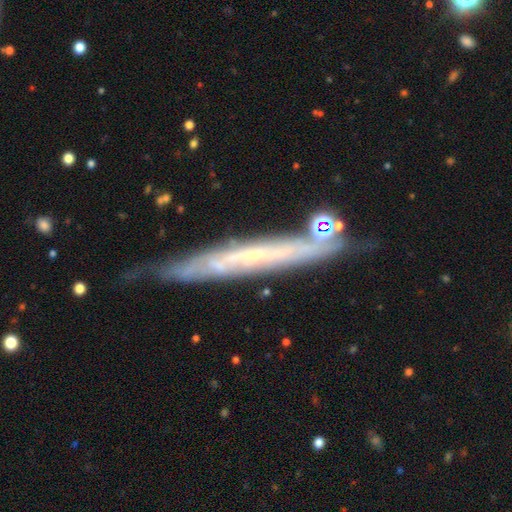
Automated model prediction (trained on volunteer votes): A featured or disk galaxy (73%) viewed edge-on (74%) with no central bulge (78%). Merging: none (69%).